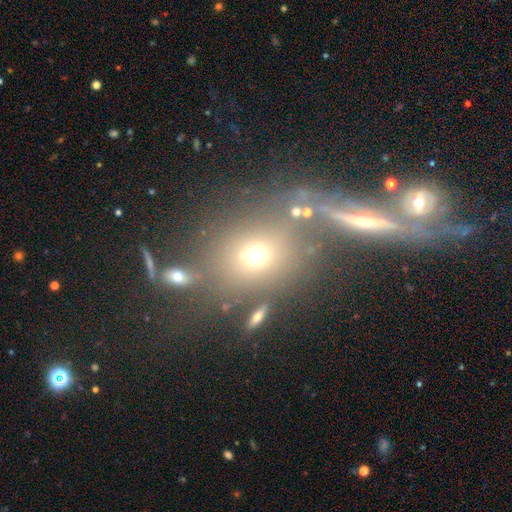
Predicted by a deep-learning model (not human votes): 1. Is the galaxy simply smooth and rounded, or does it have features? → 56% smooth, 24% star or artifact, 20% featured or disk.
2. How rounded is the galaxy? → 69% round, 27% in between, 3% cigar-shaped.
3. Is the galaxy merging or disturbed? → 63% none, 17% merger, 12% minor disturbance, 8% major disturbance.